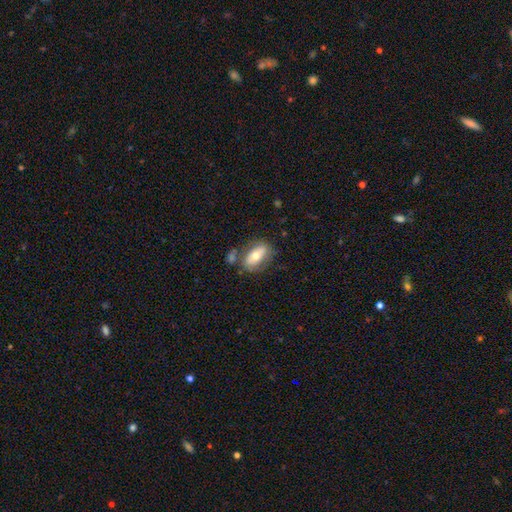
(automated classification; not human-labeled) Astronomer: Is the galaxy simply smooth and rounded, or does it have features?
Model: smooth — 61%.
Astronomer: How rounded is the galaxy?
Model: in between — 88%.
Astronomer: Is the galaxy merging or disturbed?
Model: none — 63%.